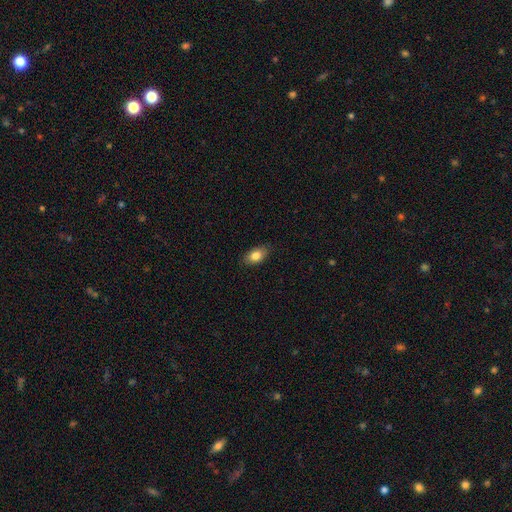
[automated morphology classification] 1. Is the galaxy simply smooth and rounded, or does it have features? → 82% smooth, 10% featured or disk, 8% star or artifact.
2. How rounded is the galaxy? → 89% in between, 8% round, 3% cigar-shaped.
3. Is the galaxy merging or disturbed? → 85% none, 12% minor disturbance, 2% major disturbance, 1% merger.